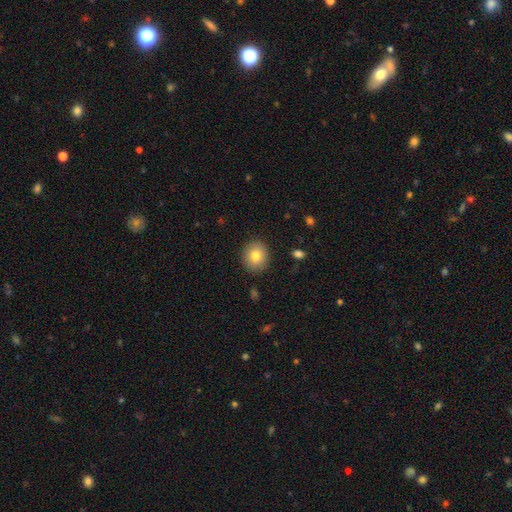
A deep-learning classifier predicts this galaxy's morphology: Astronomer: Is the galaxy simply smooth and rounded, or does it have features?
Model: smooth — 80%.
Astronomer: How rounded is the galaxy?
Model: round — 77%.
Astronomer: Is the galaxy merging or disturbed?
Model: none — 89%.